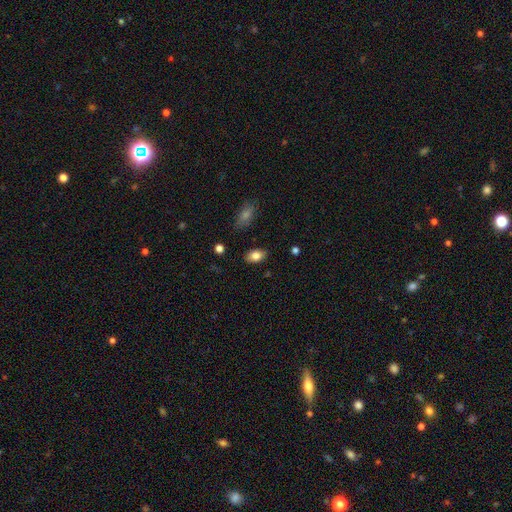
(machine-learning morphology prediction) type=smooth (83%); roundness=in between (90%); merging=none (86%).